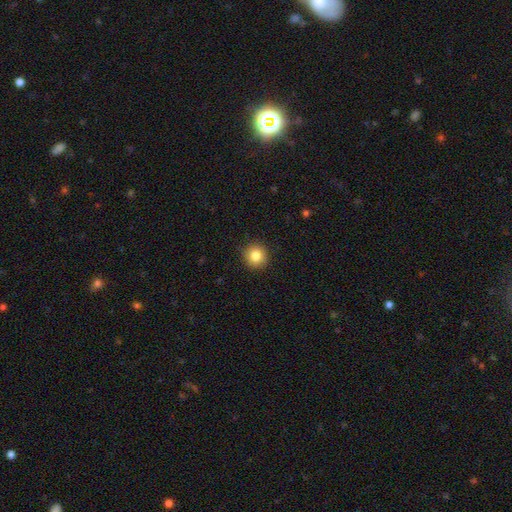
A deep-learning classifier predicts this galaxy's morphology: This appears to be a smooth galaxy with no disk features (83%) that is round (92%). Merging: none (91%).